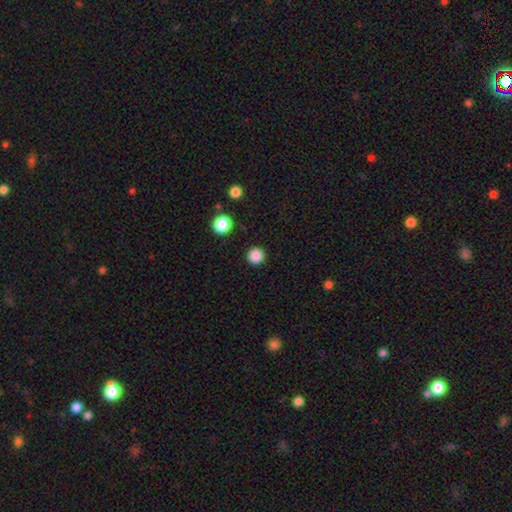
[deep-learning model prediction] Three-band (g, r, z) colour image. It shows a smooth galaxy with no disk features (86%) that is round (96%). Merging: none (92%).